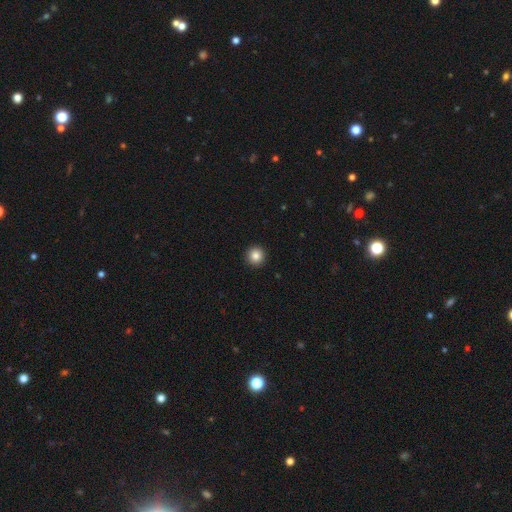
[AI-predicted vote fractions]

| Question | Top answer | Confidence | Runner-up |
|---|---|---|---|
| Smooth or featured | smooth | 85% | star or artifact (10%) |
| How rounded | round | 95% | in between (4%) |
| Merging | none | 93% | minor disturbance (4%) |